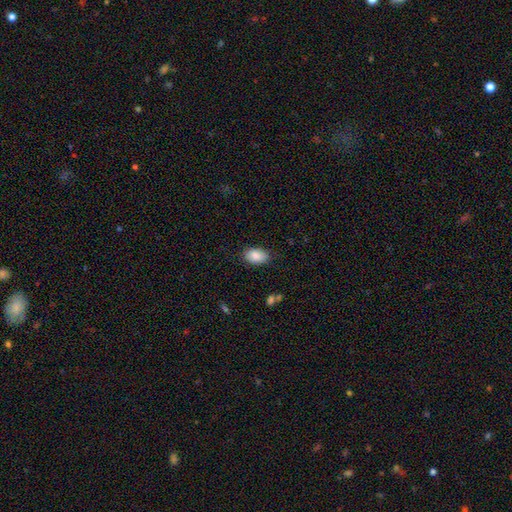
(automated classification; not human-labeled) Smooth or featured? Predicted: smooth (p=0.86). How rounded? Predicted: in between (p=0.91). Merging? Predicted: none (p=0.83).